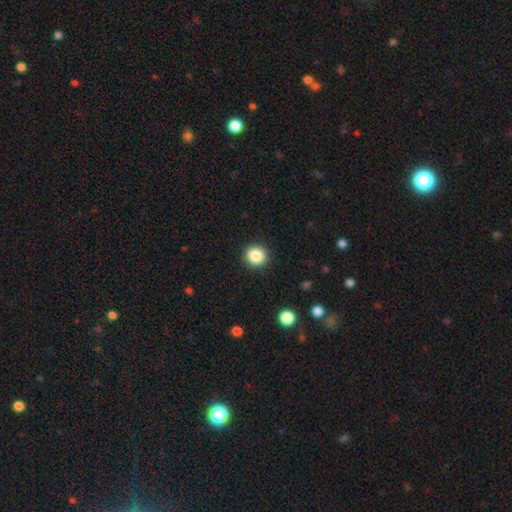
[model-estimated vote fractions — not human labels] Smooth or featured?
  - smooth: 86% *
  - star or artifact: 10%
  - featured or disk: 4%
How rounded?
  - round: 90% *
  - in between: 9%
  - cigar-shaped: 1%
Merging?
  - none: 92% *
  - minor disturbance: 5%
  - major disturbance: 2%
  - merger: 1%